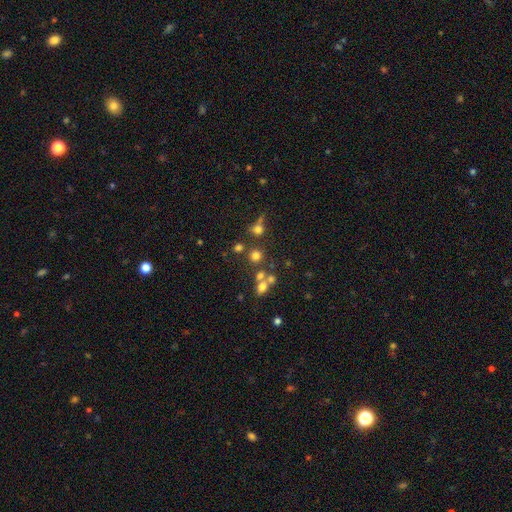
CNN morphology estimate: Smooth or featured? smooth (67%)
How rounded? round (86%)
Merging? none (61%)